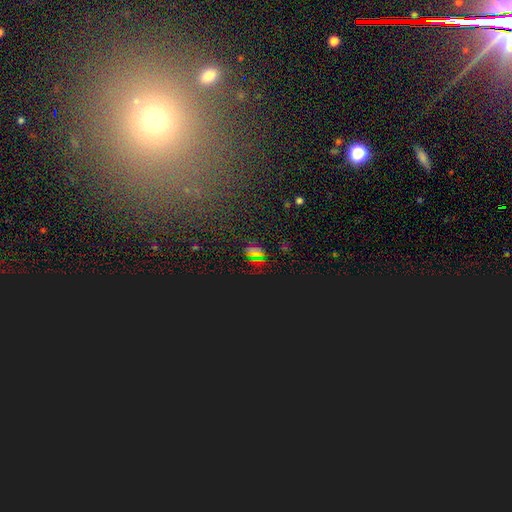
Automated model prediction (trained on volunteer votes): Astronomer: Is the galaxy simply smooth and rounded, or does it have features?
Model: star or artifact — 74%.